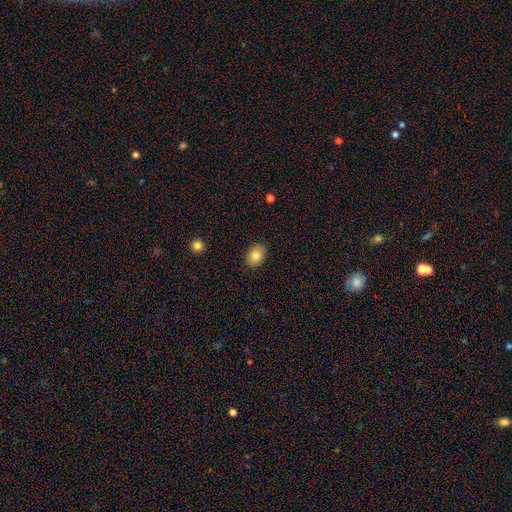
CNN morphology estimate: The model was most divided on "how rounded": in between: 66%, round: 33%, cigar-shaped: 1%. More confident: merging — none (88%); smooth or featured — smooth (83%).